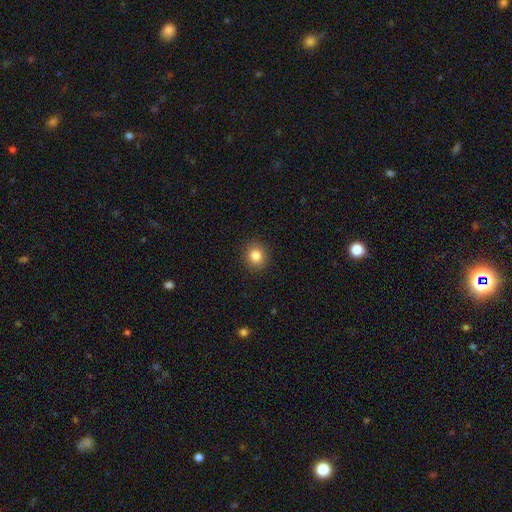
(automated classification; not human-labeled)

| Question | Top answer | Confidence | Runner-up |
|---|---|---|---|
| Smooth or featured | smooth | 83% | star or artifact (11%) |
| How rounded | round | 85% | in between (14%) |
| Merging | none | 91% | minor disturbance (6%) |